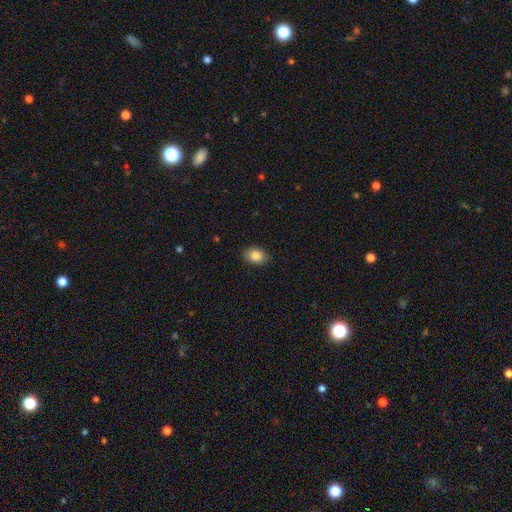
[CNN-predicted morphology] smooth-or-featured: smooth: 86% | star or artifact: 8% | featured or disk: 6%
  how-rounded: in between: 78% | round: 21% | cigar-shaped: 1%
  merging: none: 87% | minor disturbance: 10% | major disturbance: 2% | merger: 1%